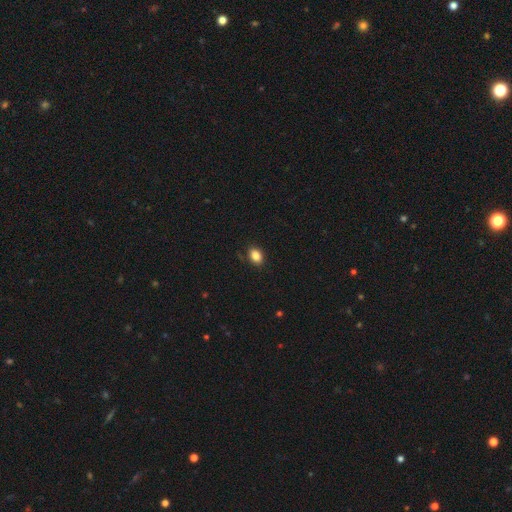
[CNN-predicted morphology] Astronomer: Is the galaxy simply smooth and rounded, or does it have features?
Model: smooth — 86%.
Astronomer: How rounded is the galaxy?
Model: in between — 76%.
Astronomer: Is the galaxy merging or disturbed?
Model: none — 86%.